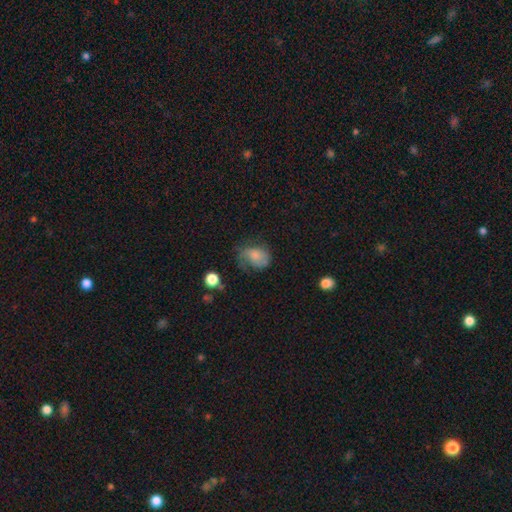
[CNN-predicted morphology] Smooth or featured?
  - smooth: 63% *
  - featured or disk: 27%
  - star or artifact: 10%
How rounded?
  - in between: 57% *
  - round: 42%
  - cigar-shaped: 1%
Merging?
  - none: 37% *
  - minor disturbance: 31%
  - major disturbance: 30%
  - merger: 3%